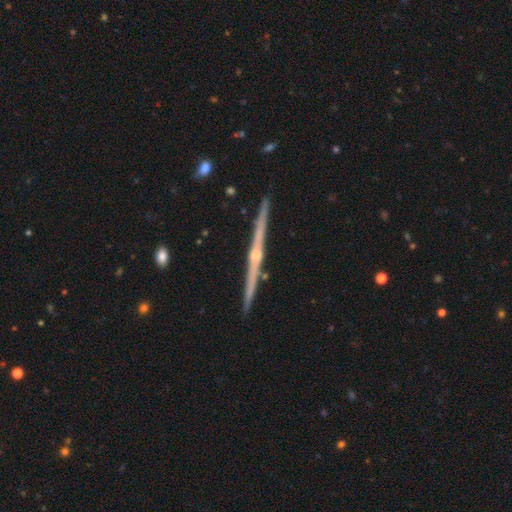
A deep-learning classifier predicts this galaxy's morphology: A featured or disk galaxy (86%) viewed edge-on (99%) with a rounded central bulge (79%). Merging: none (92%).